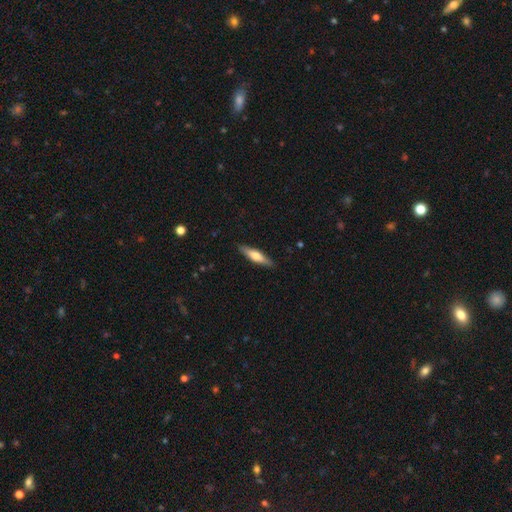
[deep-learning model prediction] Morphology: type=smooth (52%); roundness=cigar-shaped (75%); merging=none (88%).